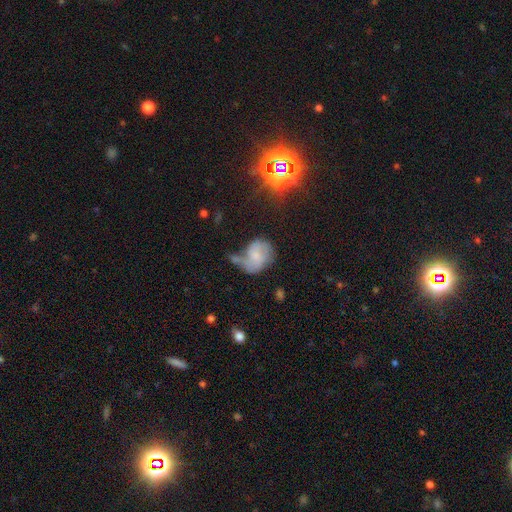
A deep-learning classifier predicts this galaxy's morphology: Smooth or featured?
  - smooth: 46% *
  - featured or disk: 42%
  - star or artifact: 11%
Merging?
  - none: 29% *
  - minor disturbance: 26%
  - major disturbance: 26%
  - merger: 19%